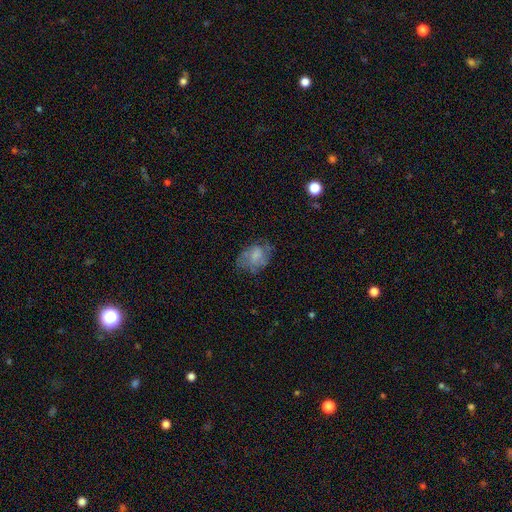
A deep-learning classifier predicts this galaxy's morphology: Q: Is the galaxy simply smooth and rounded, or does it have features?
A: smooth — 57%.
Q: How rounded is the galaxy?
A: in between — 75%.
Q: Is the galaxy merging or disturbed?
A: none — 53%.